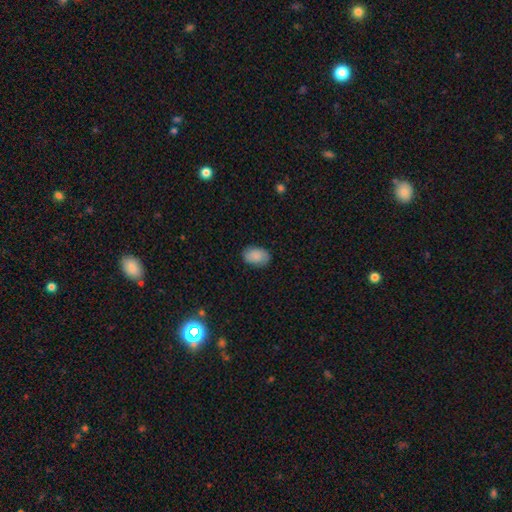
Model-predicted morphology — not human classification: Overall: smooth (85%). How rounded: in between (84%). Merging: none (83%).